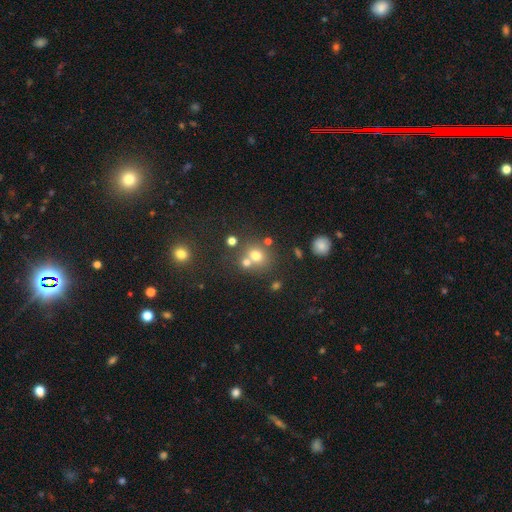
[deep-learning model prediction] smooth 69%, star or artifact 17%, featured or disk 14%. Down the decision tree: how rounded — round (79%); merging — none (54%).